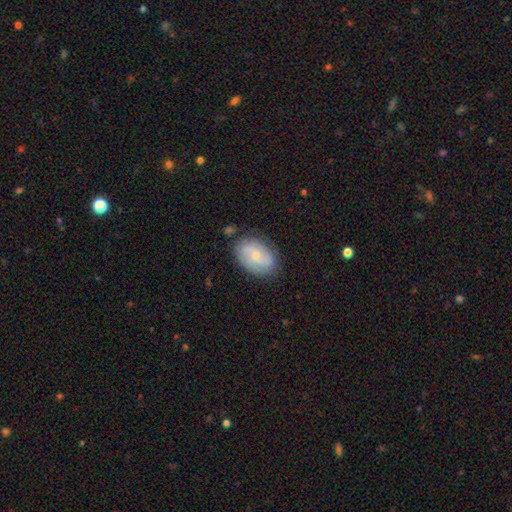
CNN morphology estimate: Smooth or featured: featured or disk — 60% (smooth — 34%)
Edge-on disk: no — 96% (yes — 4%)
Bar: no — 58% (weak — 36%)
Spiral arms: yes — 85% (no — 15%)
Bulge size: small — 62% (moderate — 33%)
Merging: none — 77% (minor disturbance — 17%)